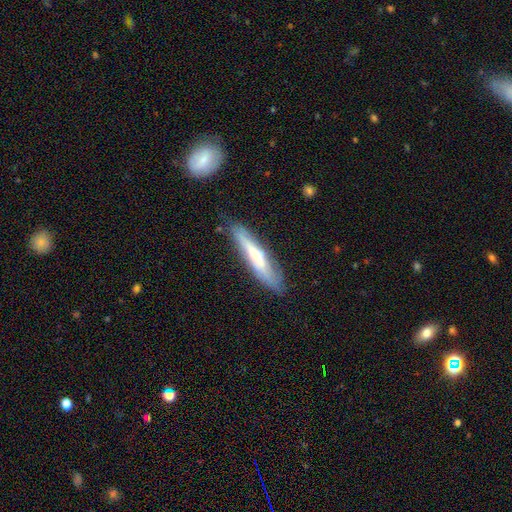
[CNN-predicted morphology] Q: Smooth or featured?
A: featured or disk (48%); runner-up: smooth (46%)
Q: Merging?
A: none (78%); runner-up: minor disturbance (16%)